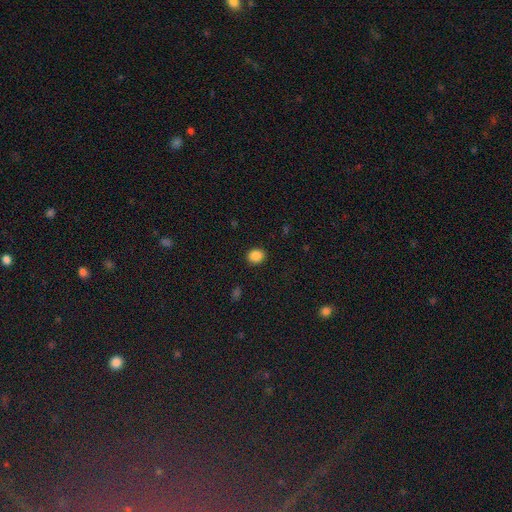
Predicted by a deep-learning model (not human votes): Overall: smooth (87%). How rounded: round (70%). Merging: none (90%).